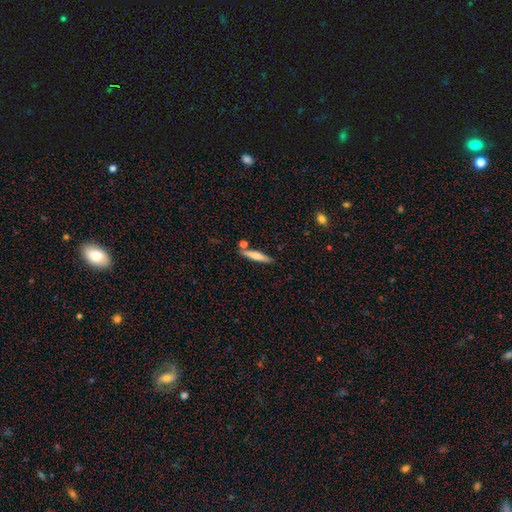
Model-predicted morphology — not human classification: Smooth or featured? Predicted: smooth (p=0.62). How rounded? Predicted: cigar-shaped (p=0.89). Merging? Predicted: none (p=0.78).